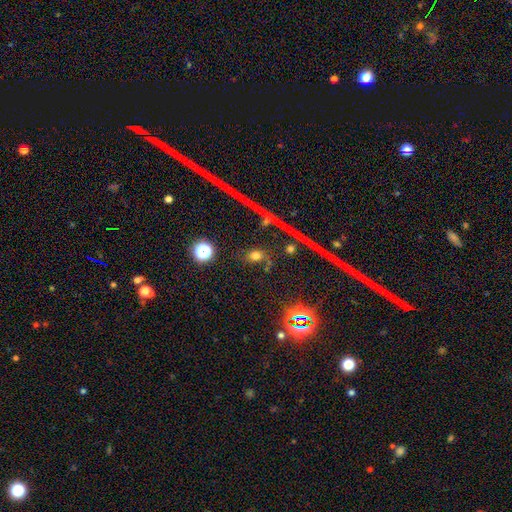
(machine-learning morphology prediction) A smooth galaxy with no disk features (64%) that is round (51%).

Vote fractions:
- Smooth or featured? smooth: 64% / star or artifact: 25% / featured or disk: 11%
- How rounded? round: 51% / in between: 46% / cigar-shaped: 3%
- Merging? none: 68% / minor disturbance: 13% / major disturbance: 10% / merger: 9%